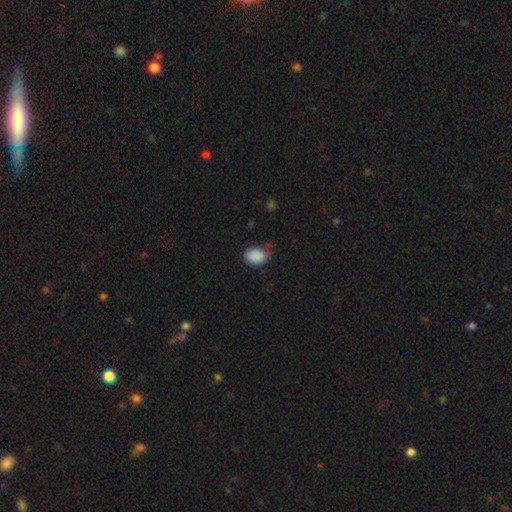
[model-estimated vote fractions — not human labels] Smooth or featured: smooth — 89% (star or artifact — 8%)
How rounded: in between — 74% (round — 25%)
Merging: none — 69% (minor disturbance — 24%)